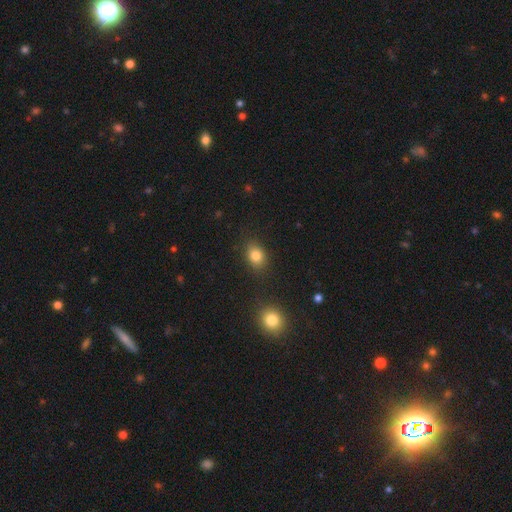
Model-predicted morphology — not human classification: This is clearly a smooth galaxy (82%). How rounded: possibly in between (60%). Merging: clearly none (83%).